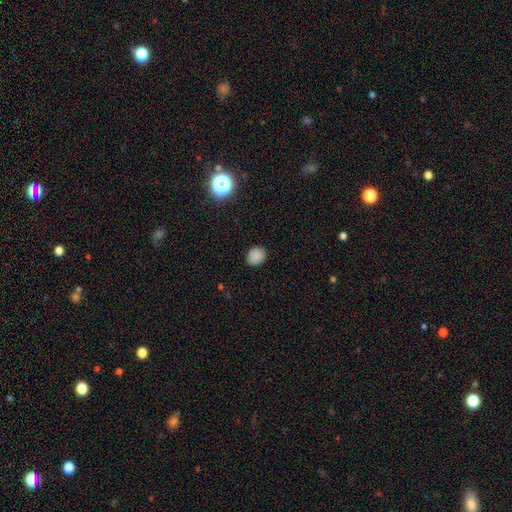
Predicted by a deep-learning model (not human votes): Smooth or featured? Predicted: smooth (p=0.85). How rounded? Predicted: round (p=0.70). Merging? Predicted: none (p=0.88).